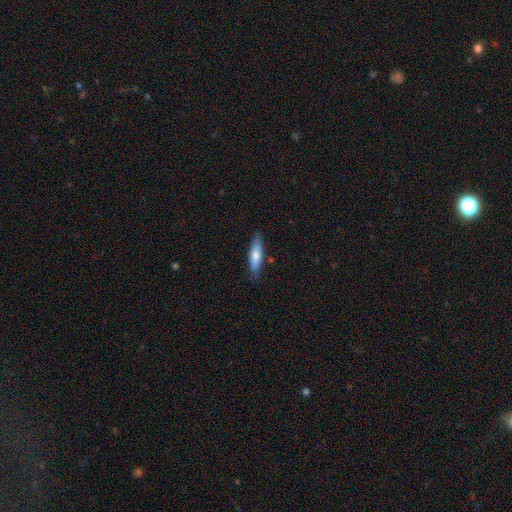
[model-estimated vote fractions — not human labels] Morphology: type=smooth (73%); roundness=cigar-shaped (64%); merging=none (80%).